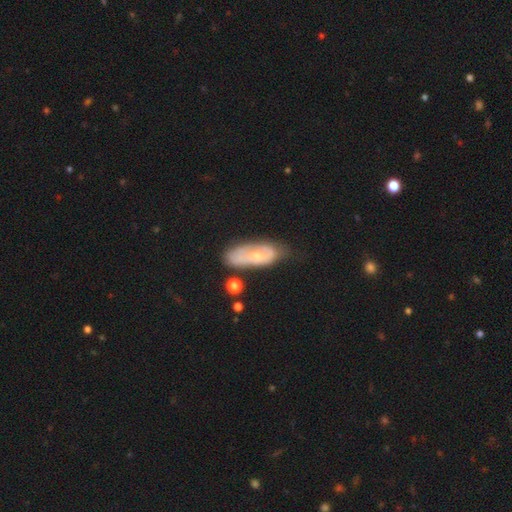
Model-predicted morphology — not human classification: smooth_or_featured: featured or disk (p=0.50) [alt: smooth p=0.42]
disk_edge_on: no (p=0.85) [alt: yes p=0.15]
merging: none (p=0.52) [alt: minor disturbance p=0.30]